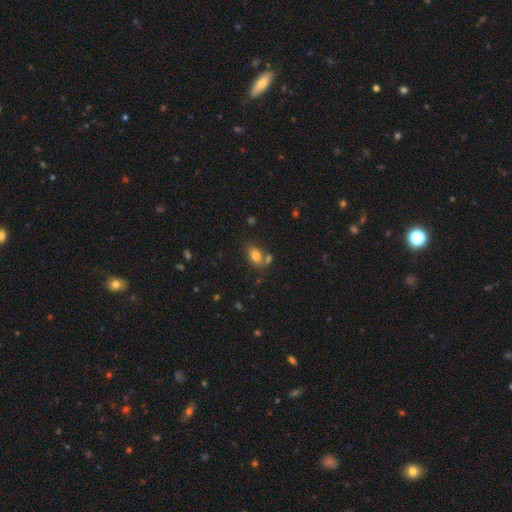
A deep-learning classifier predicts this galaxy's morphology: A smooth galaxy with no disk features (80%) that is in between round and cigar-shaped (77%). Merging: none (56%).